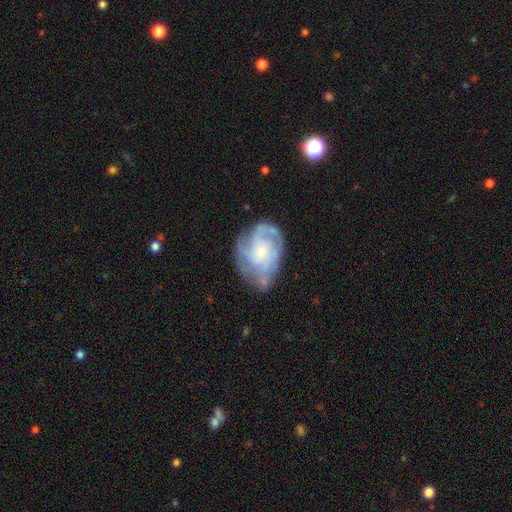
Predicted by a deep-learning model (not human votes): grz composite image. It shows a featured or disk galaxy (73%) with no bar (74%), tight (45%) spiral arms (88%) and a small central bulge (44%). Merging: none (62%).